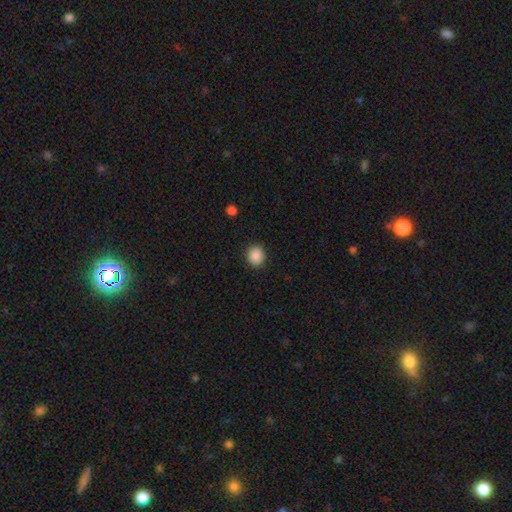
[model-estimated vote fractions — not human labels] smooth-or-featured: smooth: 88% | star or artifact: 9% | featured or disk: 3%
  how-rounded: round: 75% | in between: 24% | cigar-shaped: 1%
  merging: none: 91% | minor disturbance: 6% | major disturbance: 2% | merger: 1%